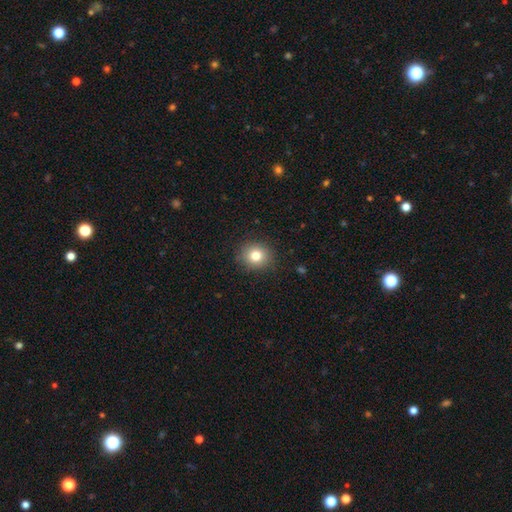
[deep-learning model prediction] Smooth or featured? smooth (80%)
How rounded? round (84%)
Merging? none (89%)